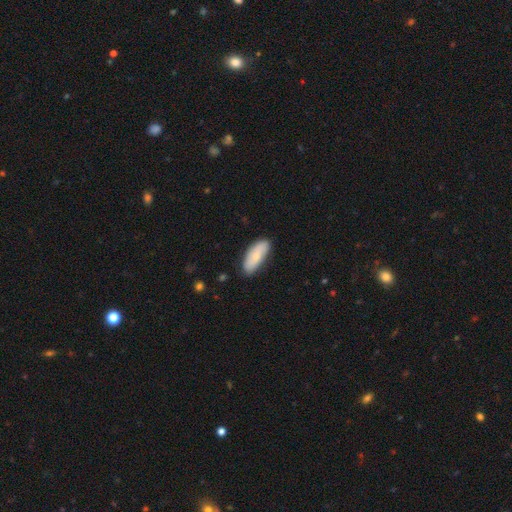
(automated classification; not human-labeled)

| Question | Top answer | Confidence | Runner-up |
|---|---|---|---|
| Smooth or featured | smooth | 72% | featured or disk (22%) |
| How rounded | in between | 79% | cigar-shaped (18%) |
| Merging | none | 79% | minor disturbance (17%) |